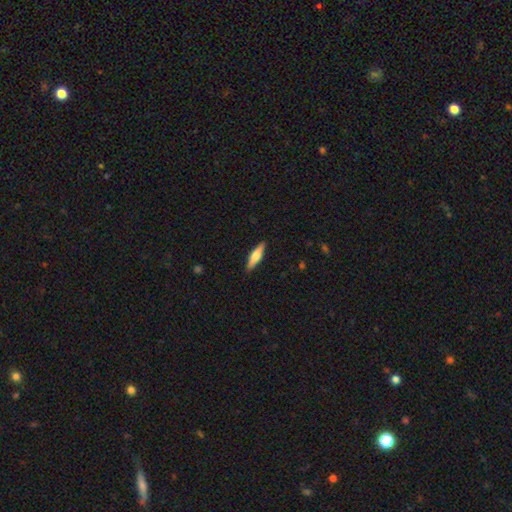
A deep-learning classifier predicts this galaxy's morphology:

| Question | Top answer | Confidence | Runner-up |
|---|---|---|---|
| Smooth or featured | smooth | 48% | featured or disk (46%) |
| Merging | none | 90% | minor disturbance (8%) |